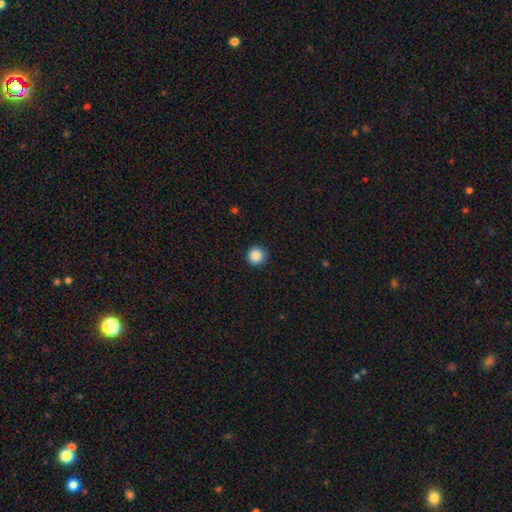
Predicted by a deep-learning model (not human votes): smooth_or_featured: smooth (p=0.88) [alt: star or artifact p=0.10]
how_rounded: round (p=0.96) [alt: in between p=0.03]
merging: none (p=0.92) [alt: minor disturbance p=0.06]